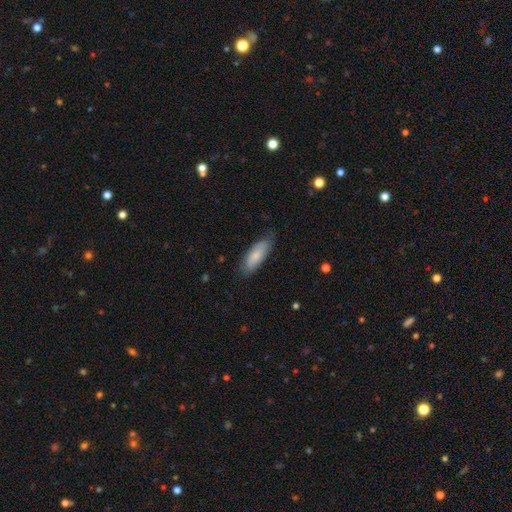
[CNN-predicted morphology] Smooth or featured: smooth — 76% (featured or disk — 19%)
How rounded: in between — 67% (cigar-shaped — 31%)
Merging: none — 74% (minor disturbance — 21%)